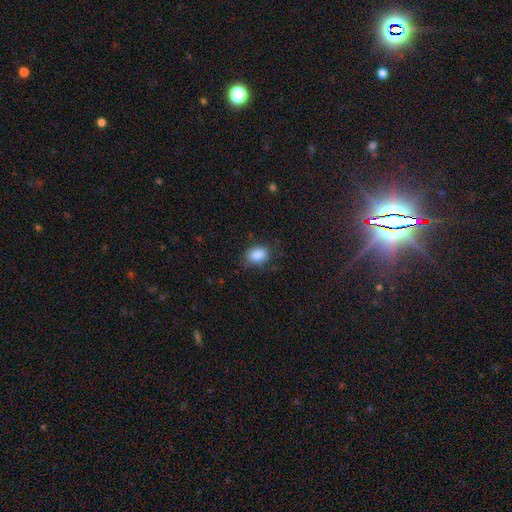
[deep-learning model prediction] Q: Smooth or featured?
A: smooth (87%); runner-up: star or artifact (8%)
Q: How rounded?
A: in between (75%); runner-up: round (24%)
Q: Merging?
A: none (75%); runner-up: minor disturbance (18%)